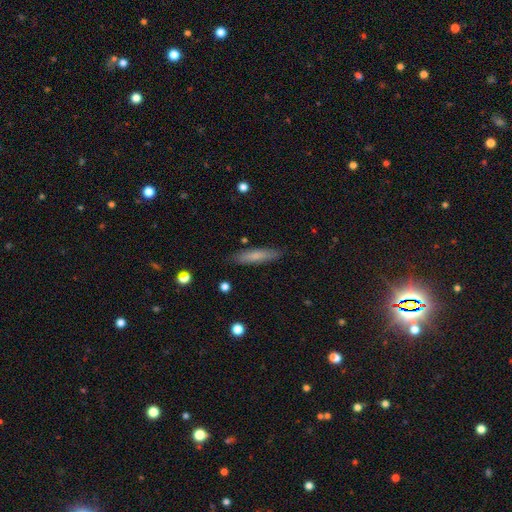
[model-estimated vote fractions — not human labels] smooth 72%, featured or disk 21%, star or artifact 6%. Down the decision tree: how rounded — cigar-shaped (81%); merging — none (86%).